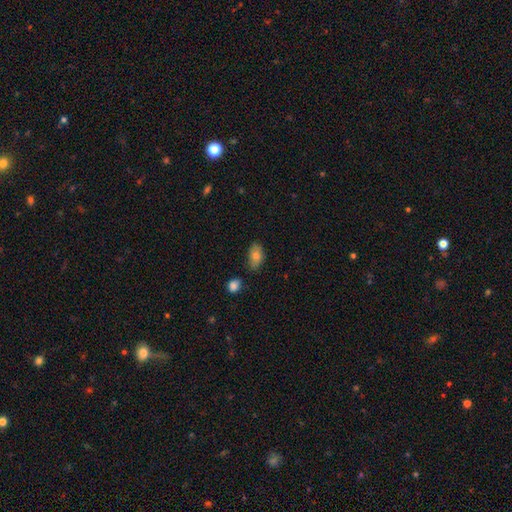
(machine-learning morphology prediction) smooth 78%, featured or disk 14%, star or artifact 8%. Down the decision tree: how rounded — in between (90%); merging — none (70%).